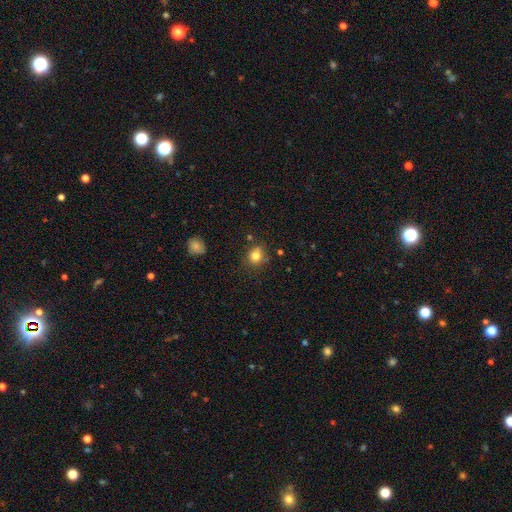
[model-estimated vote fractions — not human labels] Q: Smooth or featured?
A: smooth (80%); runner-up: star or artifact (12%)
Q: How rounded?
A: round (74%); runner-up: in between (25%)
Q: Merging?
A: none (76%); runner-up: minor disturbance (15%)